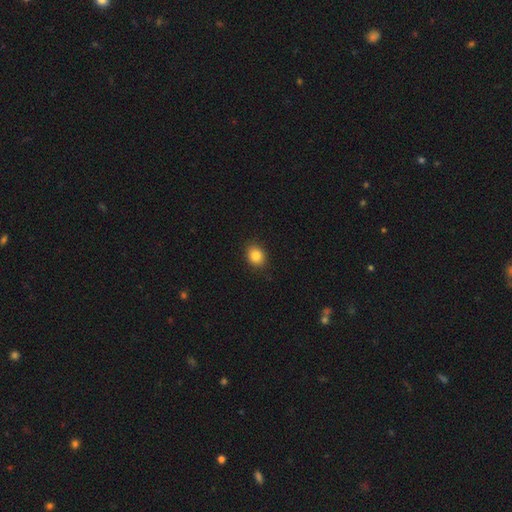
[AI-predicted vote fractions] Overall: smooth (84%). How rounded: round (57%; in between 42%). Merging: none (89%).